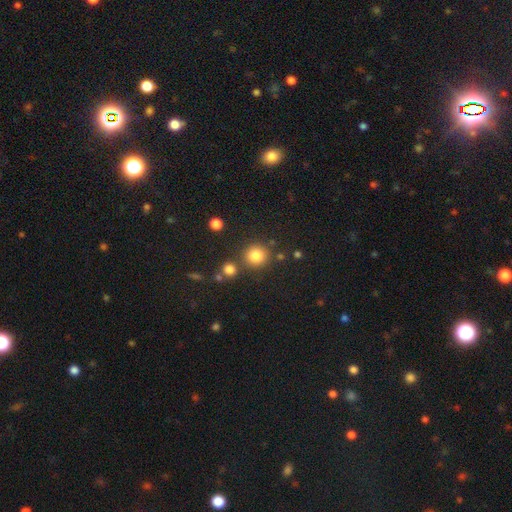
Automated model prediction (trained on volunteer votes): A smooth galaxy with no disk features (82%) that is round (90%).

Vote fractions:
- Smooth or featured? smooth: 82% / star or artifact: 12% / featured or disk: 6%
- How rounded? round: 90% / in between: 9% / cigar-shaped: 1%
- Merging? none: 78% / merger: 9% / minor disturbance: 9% / major disturbance: 4%